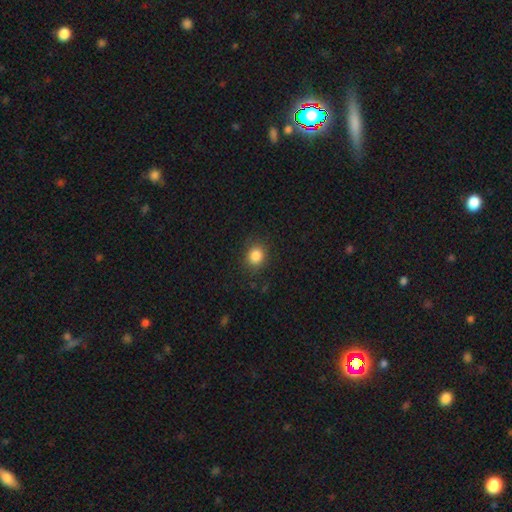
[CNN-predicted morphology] A smooth galaxy with no disk features (86%) that is round (70%).

Vote fractions:
- Smooth or featured? smooth: 86% / star or artifact: 10% / featured or disk: 4%
- How rounded? round: 70% / in between: 29% / cigar-shaped: 1%
- Merging? none: 85% / minor disturbance: 10% / major disturbance: 3% / merger: 1%